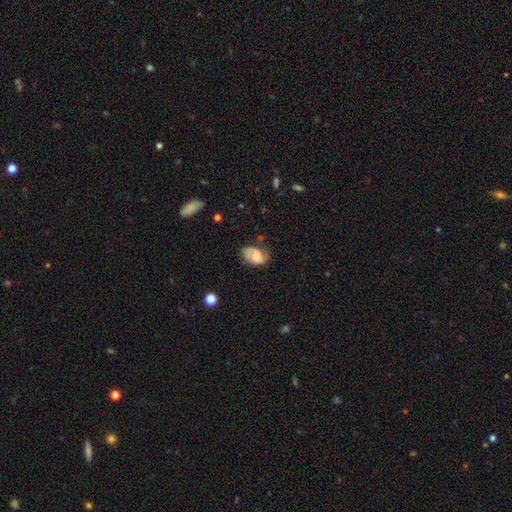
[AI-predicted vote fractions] A smooth galaxy with no disk features (47%).

Vote fractions:
- Smooth or featured? smooth: 47% / featured or disk: 45% / star or artifact: 8%
- Merging? none: 59% / minor disturbance: 28% / major disturbance: 10% / merger: 2%